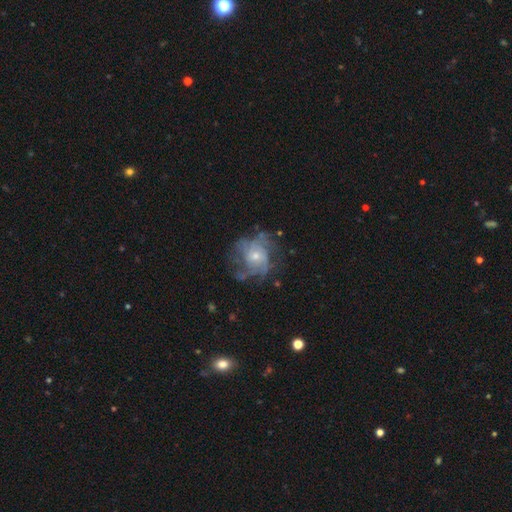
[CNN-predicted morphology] featured or disk 77%, smooth 14%, star or artifact 9%. Down the decision tree: edge-on disk — no (98%); bar — no (74%); spiral arms — yes (85%); spiral arm count — can't tell (36%); spiral winding — medium (42%); bulge size — small (60%); merging — none (57%).